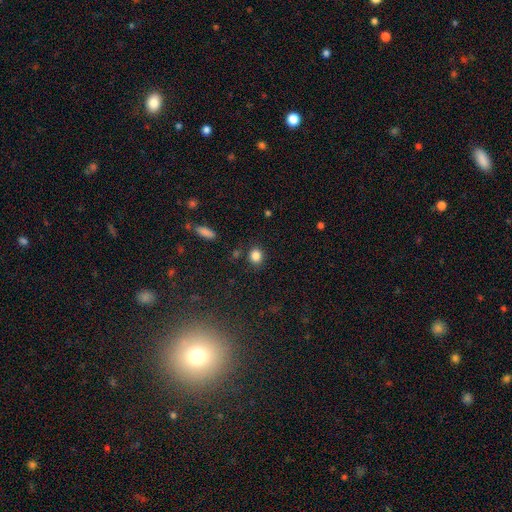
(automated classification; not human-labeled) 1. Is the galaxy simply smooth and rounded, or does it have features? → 85% smooth, 11% star or artifact, 5% featured or disk.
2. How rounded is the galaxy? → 62% round, 36% in between, 1% cigar-shaped.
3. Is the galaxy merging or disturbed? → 84% none, 10% minor disturbance, 3% merger, 3% major disturbance.